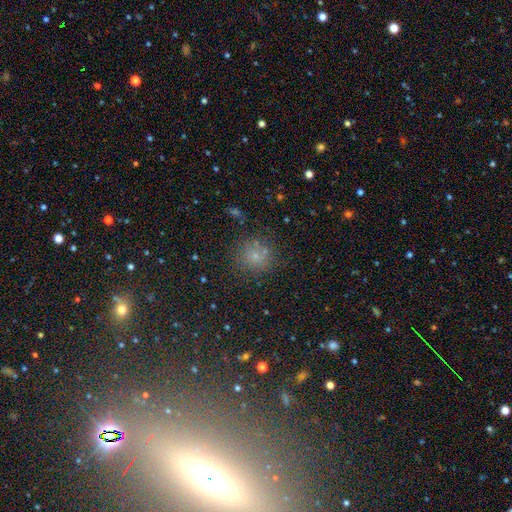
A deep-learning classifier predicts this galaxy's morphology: smooth-or-featured: smooth: 64% | star or artifact: 26% | featured or disk: 10%
  how-rounded: round: 88% | in between: 10% | cigar-shaped: 1%
  merging: none: 78% | minor disturbance: 11% | merger: 7% | major disturbance: 4%